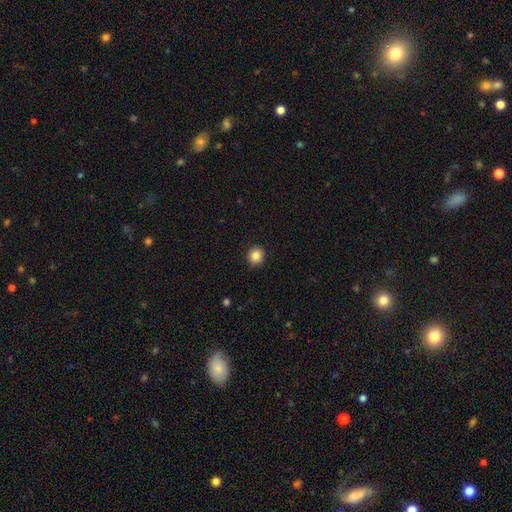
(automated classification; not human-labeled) Q: Smooth or featured?
A: smooth (85%); runner-up: star or artifact (10%)
Q: How rounded?
A: round (88%); runner-up: in between (11%)
Q: Merging?
A: none (92%); runner-up: minor disturbance (5%)